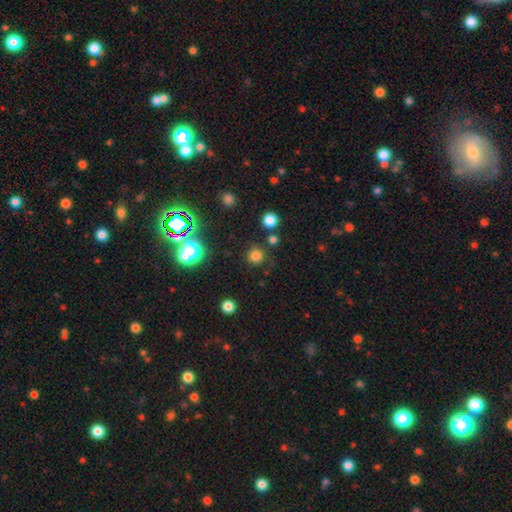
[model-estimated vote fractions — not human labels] Smooth or featured? Predicted: smooth (p=0.74). How rounded? Predicted: round (p=0.93). Merging? Predicted: none (p=0.83).